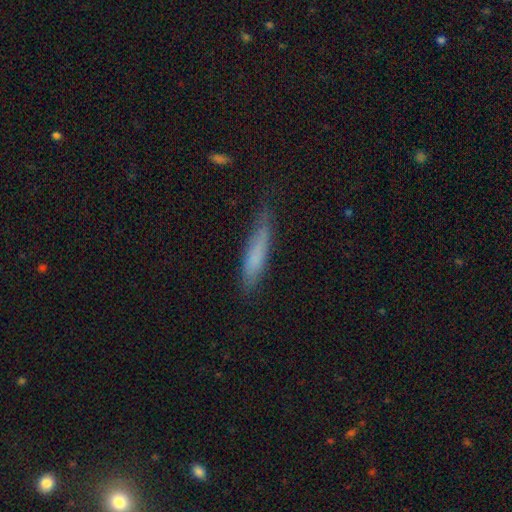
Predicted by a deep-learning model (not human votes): Smooth or featured?
  - smooth: 71% *
  - featured or disk: 22%
  - star or artifact: 7%
How rounded?
  - cigar-shaped: 85% *
  - in between: 14%
  - round: 1%
Merging?
  - none: 65% *
  - minor disturbance: 26%
  - major disturbance: 7%
  - merger: 2%